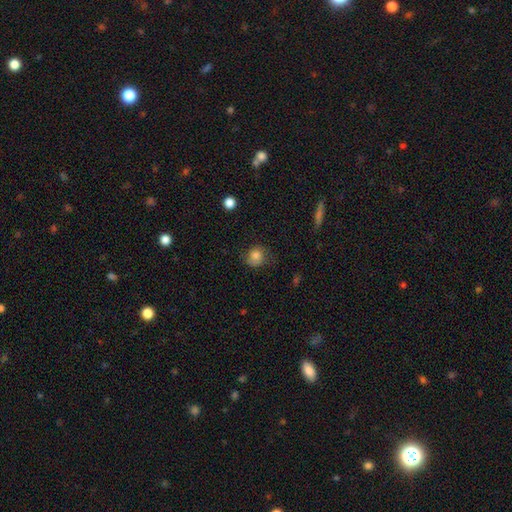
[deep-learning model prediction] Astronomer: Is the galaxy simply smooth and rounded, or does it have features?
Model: smooth — 79%.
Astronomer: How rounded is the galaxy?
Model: round — 80%.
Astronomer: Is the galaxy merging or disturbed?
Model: none — 63%.